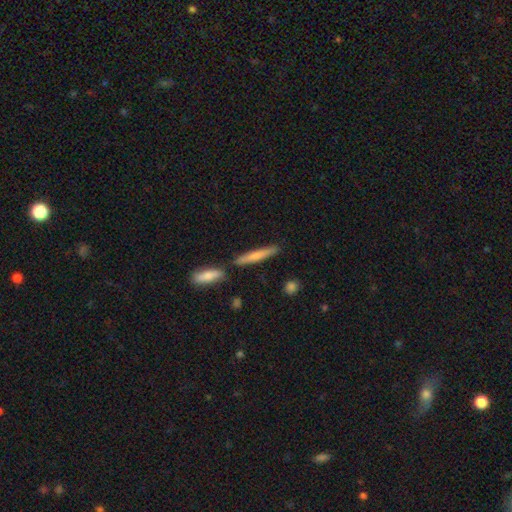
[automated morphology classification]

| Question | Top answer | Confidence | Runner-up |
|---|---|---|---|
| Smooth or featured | smooth | 68% | featured or disk (26%) |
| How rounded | cigar-shaped | 91% | in between (7%) |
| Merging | none | 80% | minor disturbance (9%) |